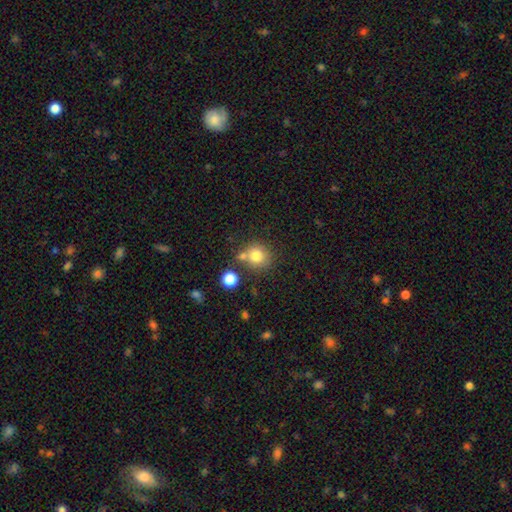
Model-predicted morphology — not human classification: Smooth or featured? Predicted: smooth (p=0.79). How rounded? Predicted: round (p=0.87). Merging? Predicted: none (p=0.64).